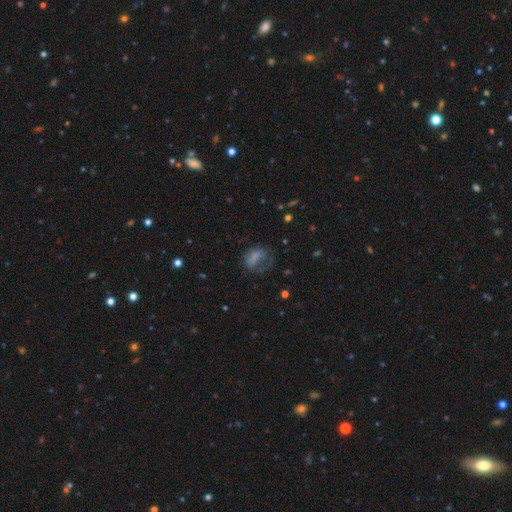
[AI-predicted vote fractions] smooth_or_featured: smooth (p=0.48) [alt: featured or disk p=0.29]
merging: none (p=0.40) [alt: major disturbance p=0.36]